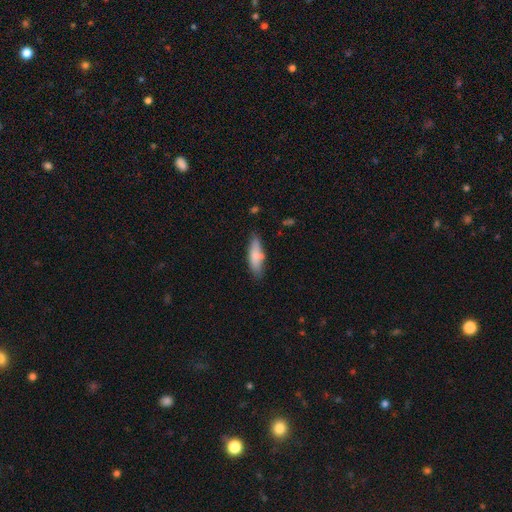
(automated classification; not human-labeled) Q: Smooth or featured?
A: smooth (76%); runner-up: featured or disk (17%)
Q: How rounded?
A: in between (49%); tied with: cigar-shaped (49%)
Q: Merging?
A: none (72%); runner-up: minor disturbance (19%)